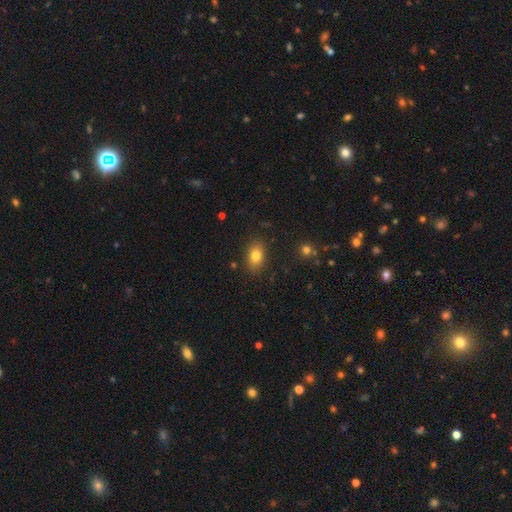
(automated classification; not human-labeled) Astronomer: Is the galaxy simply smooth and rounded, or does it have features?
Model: smooth — 81%.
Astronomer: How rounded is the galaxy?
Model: in between — 83%.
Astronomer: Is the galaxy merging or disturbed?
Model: none — 86%.